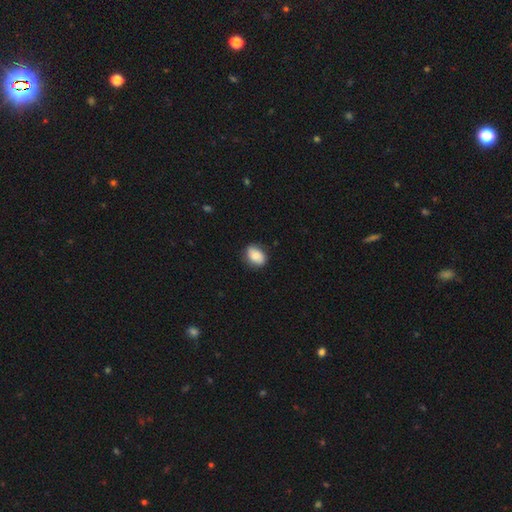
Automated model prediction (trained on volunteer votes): This appears to be a smooth galaxy with no disk features (80%) that is in between round and cigar-shaped (74%). Merging: none (79%).